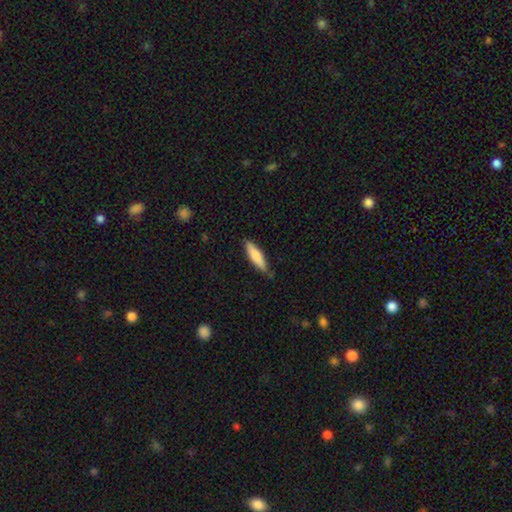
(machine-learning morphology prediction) A smooth galaxy with no disk features (76%) that is cigar-shaped (72%).

Vote fractions:
- Smooth or featured? smooth: 76% / featured or disk: 19% / star or artifact: 5%
- How rounded? cigar-shaped: 72% / in between: 27% / round: 1%
- Merging? none: 80% / minor disturbance: 16% / major disturbance: 2% / merger: 2%